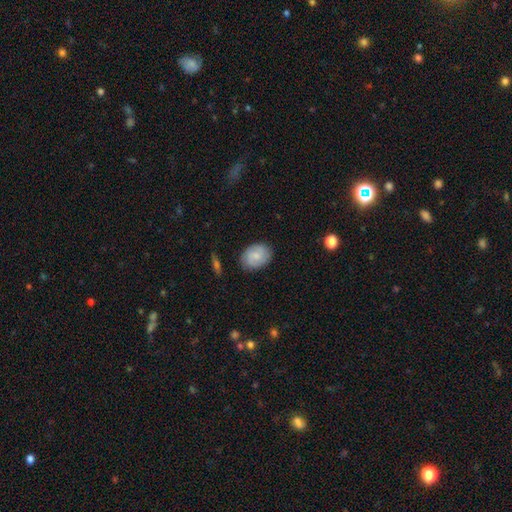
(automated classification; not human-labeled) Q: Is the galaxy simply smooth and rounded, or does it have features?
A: smooth — 70%.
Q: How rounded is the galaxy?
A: in between — 70%.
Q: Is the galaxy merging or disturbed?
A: none — 83%.